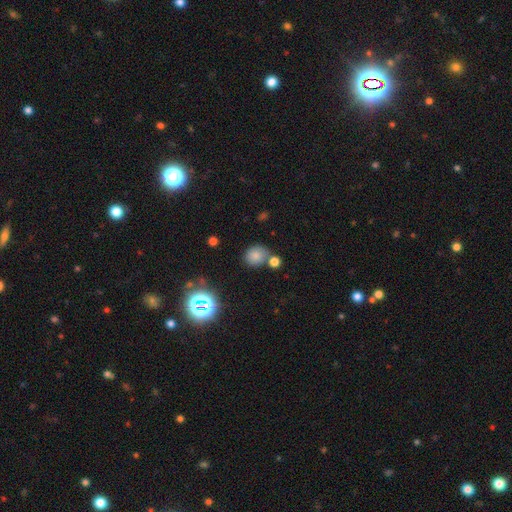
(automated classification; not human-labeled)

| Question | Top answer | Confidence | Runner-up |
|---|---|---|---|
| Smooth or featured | smooth | 75% | star or artifact (16%) |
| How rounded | round | 71% | in between (28%) |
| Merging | none | 63% | merger (19%) |